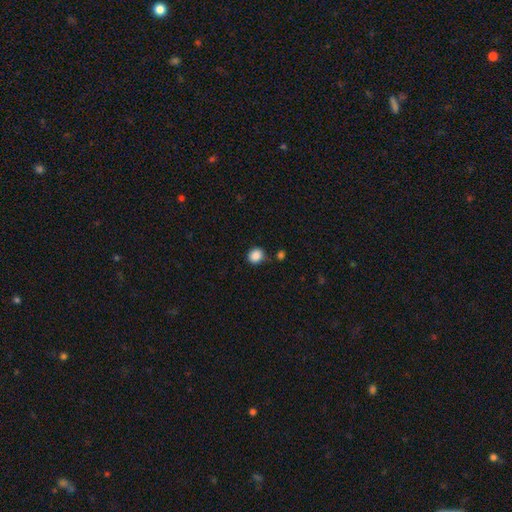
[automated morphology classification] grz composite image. It shows a smooth galaxy with no disk features (88%) that is round (74%). Merging: none (81%).